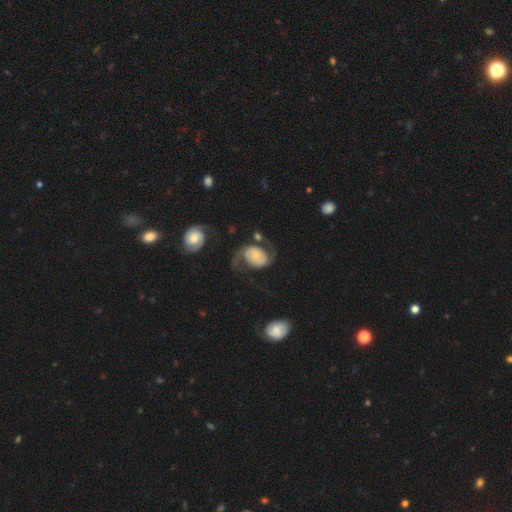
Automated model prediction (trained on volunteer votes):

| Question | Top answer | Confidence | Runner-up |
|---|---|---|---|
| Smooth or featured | featured or disk | 72% | smooth (21%) |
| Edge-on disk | no | 97% | yes (3%) |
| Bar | no | 66% | weak (26%) |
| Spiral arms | yes | 92% | no (8%) |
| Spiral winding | medium | 42% | loose (33%) |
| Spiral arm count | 2 | 88% | can't tell (5%) |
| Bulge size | small | 56% | moderate (22%) |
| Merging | none | 49% | major disturbance (21%) |